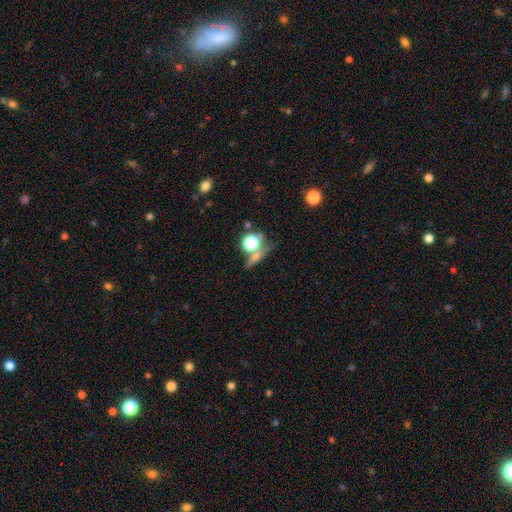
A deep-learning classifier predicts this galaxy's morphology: smooth 48%, star or artifact 28%, featured or disk 24%. Down the decision tree: merging — none (60%).